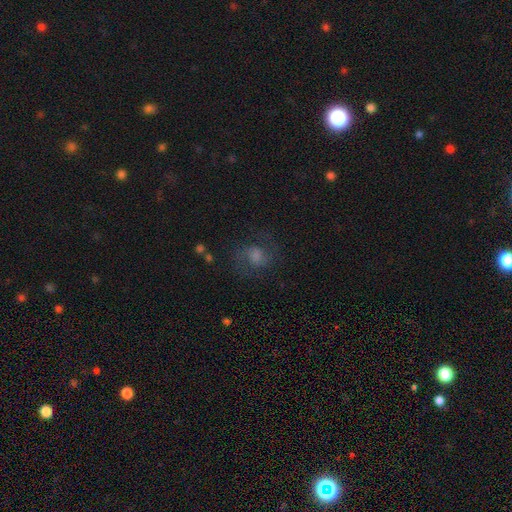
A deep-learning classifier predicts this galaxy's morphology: A featured or disk galaxy (55%) with no bar (51%), spiral arms (90%) and a moderate central bulge (35%).

Vote fractions:
- Smooth or featured? featured or disk: 55% / smooth: 26% / star or artifact: 20%
- Edge-on disk? no: 97% / yes: 3%
- Bar? no: 51% / weak: 40% / strong: 8%
- Spiral arms? yes: 90% / no: 10%
- Bulge size? moderate: 35% / small: 24% / large: 19% / none: 18% / dominant: 3%
- Merging? none: 72% / minor disturbance: 15% / major disturbance: 11% / merger: 2%